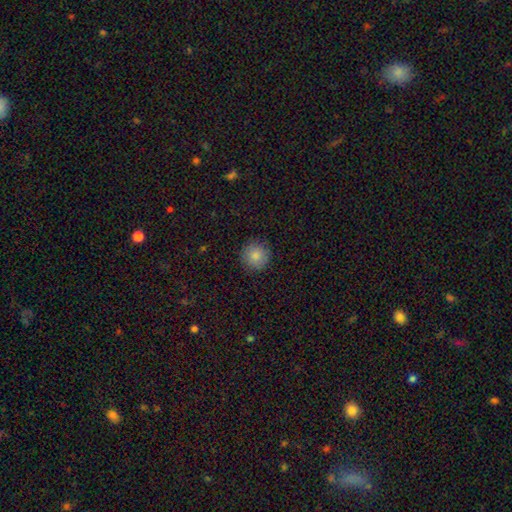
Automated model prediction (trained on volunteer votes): This appears to be a smooth galaxy with no disk features (85%) that is round (95%). Merging: none (89%).